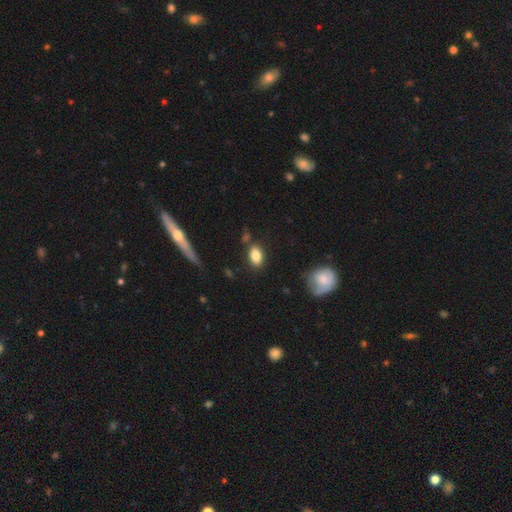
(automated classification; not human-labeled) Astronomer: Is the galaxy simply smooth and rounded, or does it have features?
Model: smooth — 84%.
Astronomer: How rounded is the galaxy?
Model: in between — 86%.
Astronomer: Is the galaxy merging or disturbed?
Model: none — 80%.